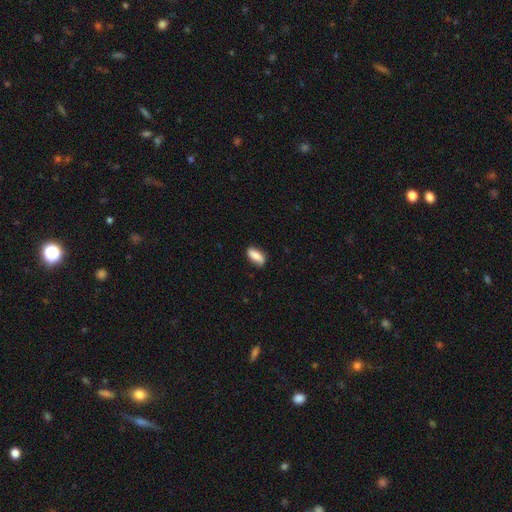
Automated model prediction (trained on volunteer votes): Smooth or featured? Predicted: smooth (p=0.76). How rounded? Predicted: in between (p=0.84). Merging? Predicted: none (p=0.75).